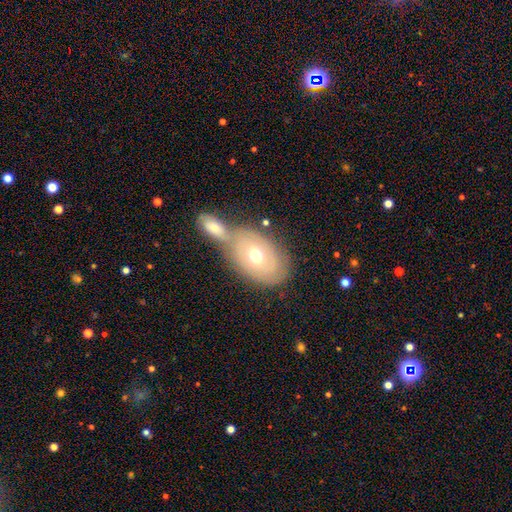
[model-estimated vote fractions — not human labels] Smooth or featured? Predicted: featured or disk (p=0.57). Edge-on disk? Predicted: no (p=0.92). Bar? Predicted: no (p=0.77). Spiral arms? Predicted: yes (p=0.61). Bulge size? Predicted: moderate (p=0.74). Merging? Predicted: merger (p=0.43).